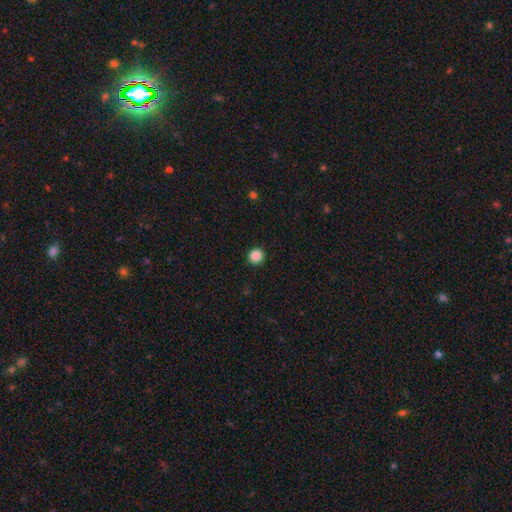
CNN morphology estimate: smooth_or_featured: smooth (p=0.87) [alt: star or artifact p=0.10]
how_rounded: round (p=0.95) [alt: in between p=0.04]
merging: none (p=0.93) [alt: minor disturbance p=0.05]